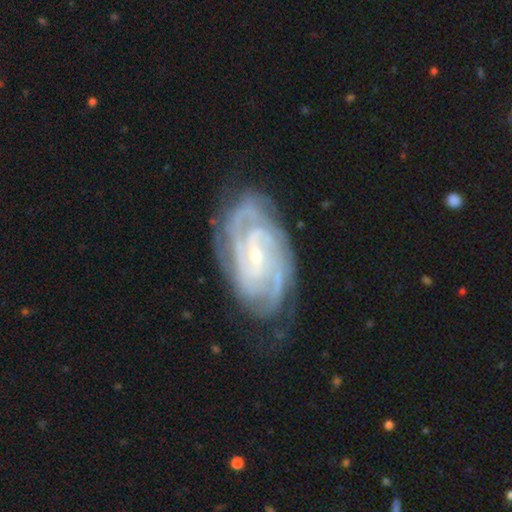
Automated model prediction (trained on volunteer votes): Smooth or featured? Predicted: featured or disk (p=0.91). Edge-on disk? Predicted: no (p=0.96). Bar? Predicted: weak (p=0.43). Spiral arms? Predicted: yes (p=0.98). Spiral winding? Predicted: tight (p=0.71). Spiral arm count? Predicted: 2 (p=0.26). Bulge size? Predicted: small (p=0.73). Merging? Predicted: none (p=0.75).